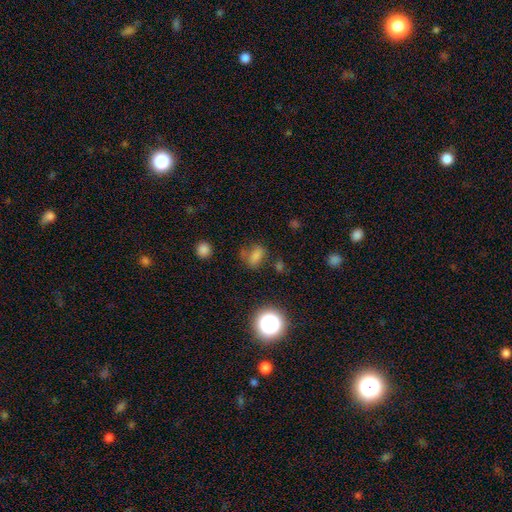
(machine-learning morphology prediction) A smooth galaxy with no disk features (69%) that is in between round and cigar-shaped (68%).

Vote fractions:
- Smooth or featured? smooth: 69% / star or artifact: 22% / featured or disk: 9%
- How rounded? in between: 68% / round: 27% / cigar-shaped: 5%
- Merging? none: 63% / minor disturbance: 20% / major disturbance: 10% / merger: 7%